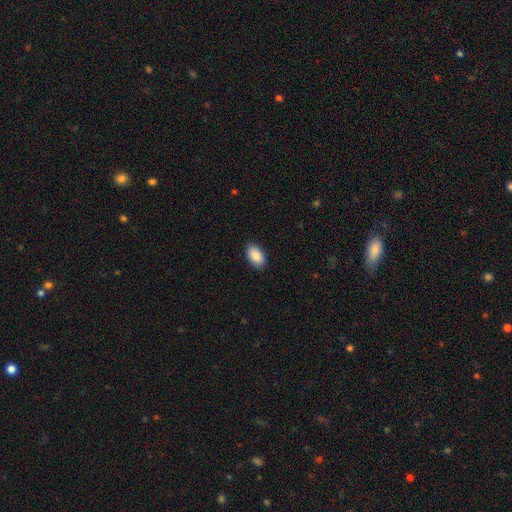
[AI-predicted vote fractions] smooth-or-featured: smooth: 90% | star or artifact: 6% | featured or disk: 4%
  how-rounded: in between: 94% | round: 5% | cigar-shaped: 1%
  merging: none: 88% | minor disturbance: 9% | major disturbance: 2% | merger: 1%